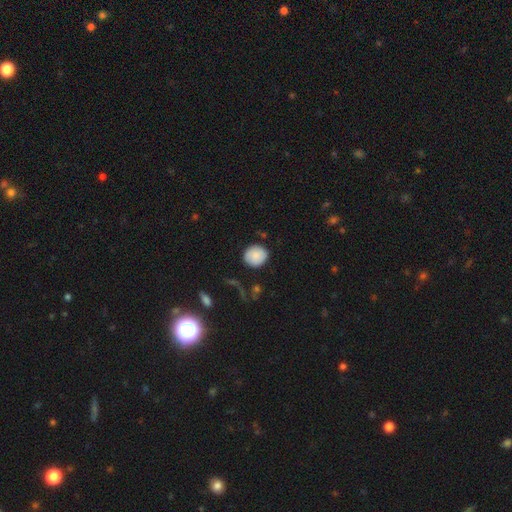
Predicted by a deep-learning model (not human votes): Q: Smooth or featured?
A: smooth (81%); runner-up: featured or disk (12%)
Q: How rounded?
A: round (81%); runner-up: in between (18%)
Q: Merging?
A: none (80%); runner-up: minor disturbance (14%)